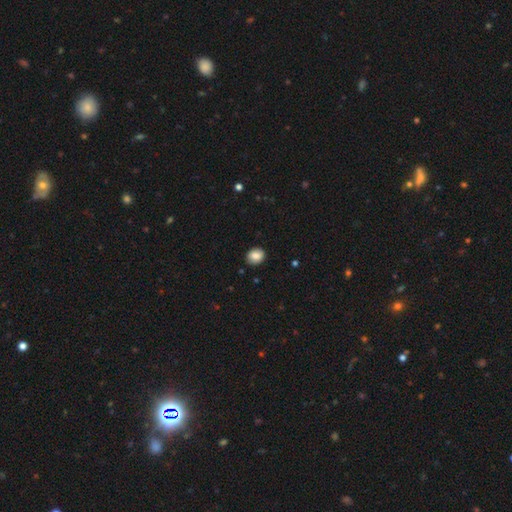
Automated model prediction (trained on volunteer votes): This is clearly a smooth galaxy (85%). How rounded: possibly round (56%). Merging: clearly none (87%).